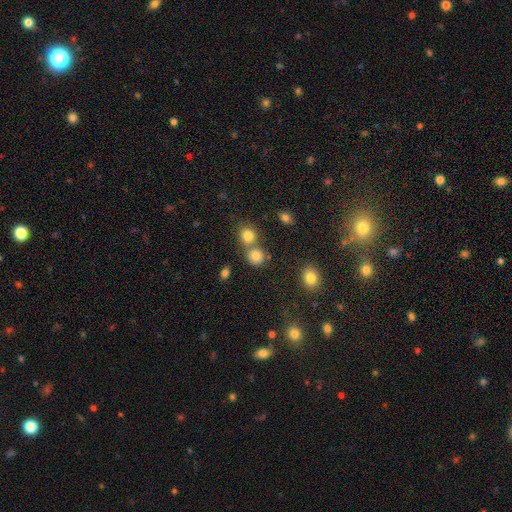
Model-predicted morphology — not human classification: smooth-or-featured: smooth: 79% | star or artifact: 13% | featured or disk: 8%
  how-rounded: round: 84% | in between: 15% | cigar-shaped: 1%
  merging: none: 58% | merger: 31% | minor disturbance: 8% | major disturbance: 3%